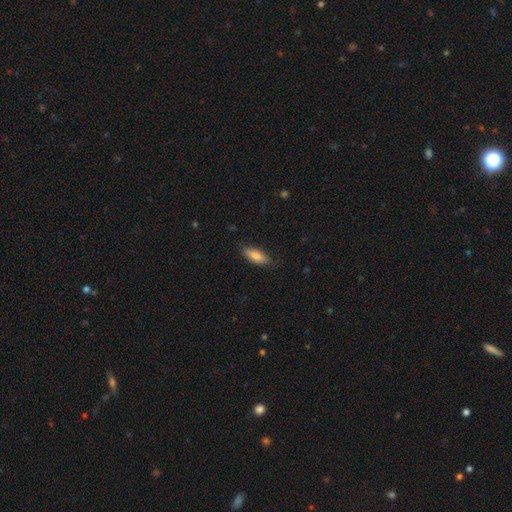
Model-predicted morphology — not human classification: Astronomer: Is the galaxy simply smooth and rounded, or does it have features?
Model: smooth — 81%.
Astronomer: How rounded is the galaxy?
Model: in between — 69%.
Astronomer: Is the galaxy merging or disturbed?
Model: none — 82%.